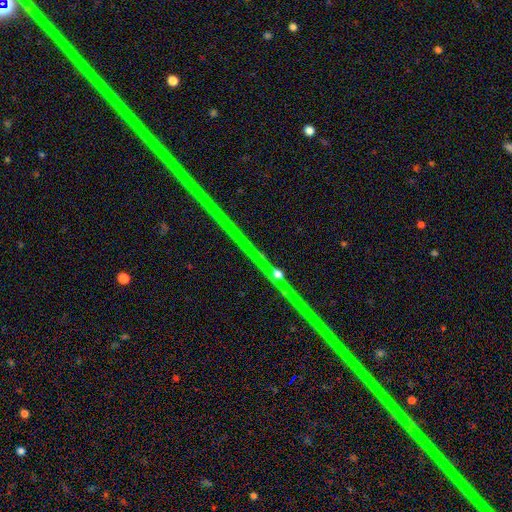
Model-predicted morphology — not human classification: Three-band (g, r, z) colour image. It shows a star or artifact, not a galaxy (88%).